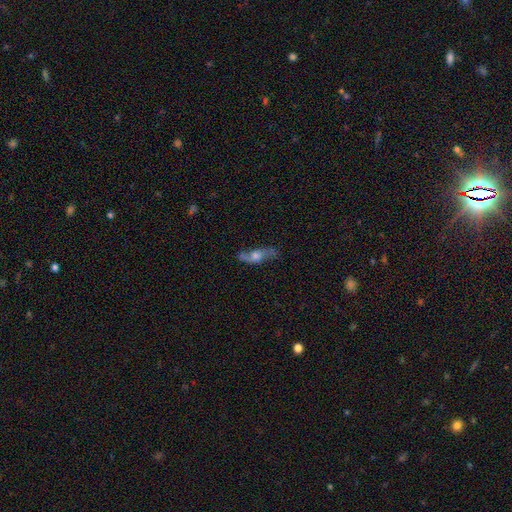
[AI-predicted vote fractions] A featured or disk galaxy (64%).

Vote fractions:
- Smooth or featured? featured or disk: 64% / smooth: 28% / star or artifact: 9%
- Edge-on disk? no: 60% / yes: 40%
- Merging? none: 72% / minor disturbance: 18% / major disturbance: 7% / merger: 3%